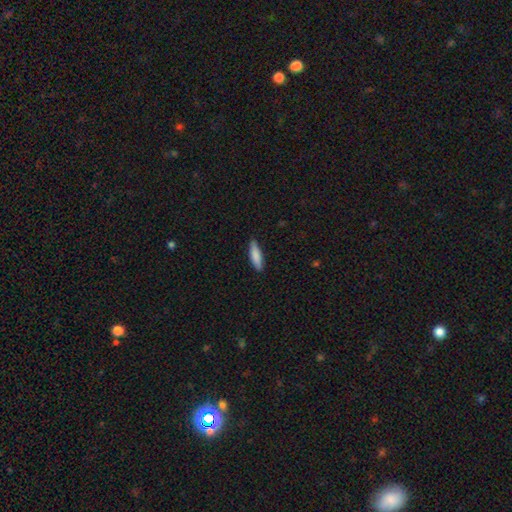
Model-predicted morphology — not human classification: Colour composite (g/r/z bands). It shows a smooth galaxy with no disk features (83%) that is cigar-shaped (63%). Merging: none (87%).